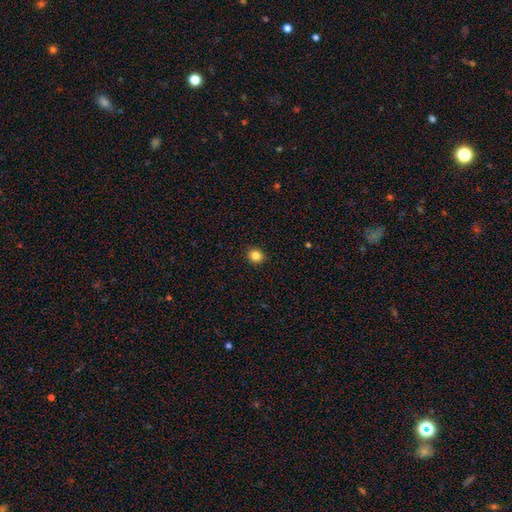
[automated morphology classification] The model was most divided on "how rounded": round: 83%, in between: 16%, cigar-shaped: 1%. More confident: merging — none (92%); smooth or featured — smooth (84%).